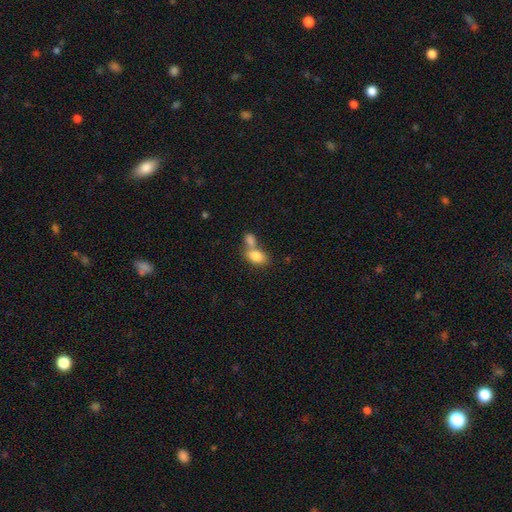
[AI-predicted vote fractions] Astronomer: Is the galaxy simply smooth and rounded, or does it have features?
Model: smooth — 83%.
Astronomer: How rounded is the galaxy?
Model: in between — 85%.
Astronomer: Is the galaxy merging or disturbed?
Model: merger — 54% (runner-up: none, 33%).